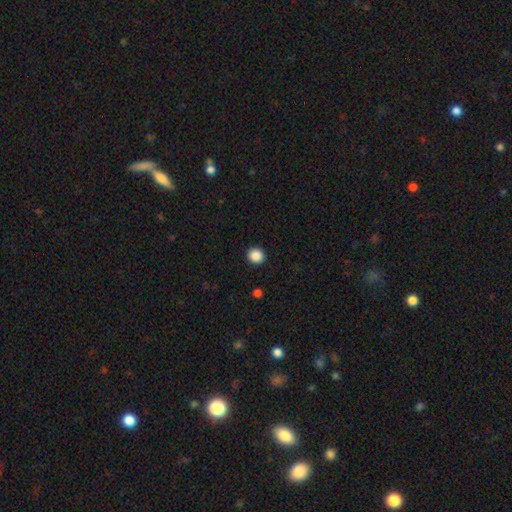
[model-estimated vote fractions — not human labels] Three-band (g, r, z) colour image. It shows a smooth galaxy with no disk features (89%) that is round (88%). Merging: none (93%).